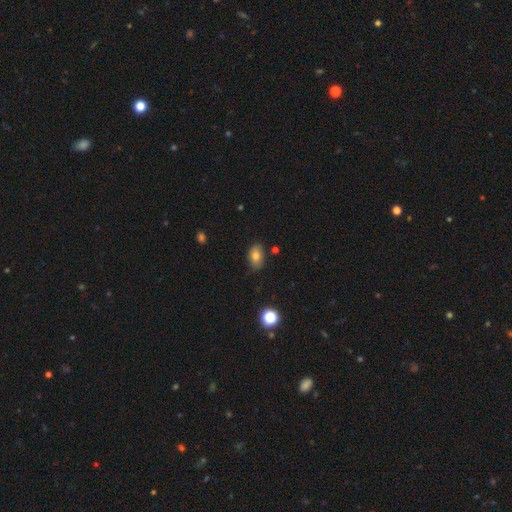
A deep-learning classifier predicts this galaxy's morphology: This is likely a smooth galaxy (78%). How rounded: clearly in between (83%). Merging: clearly none (80%).